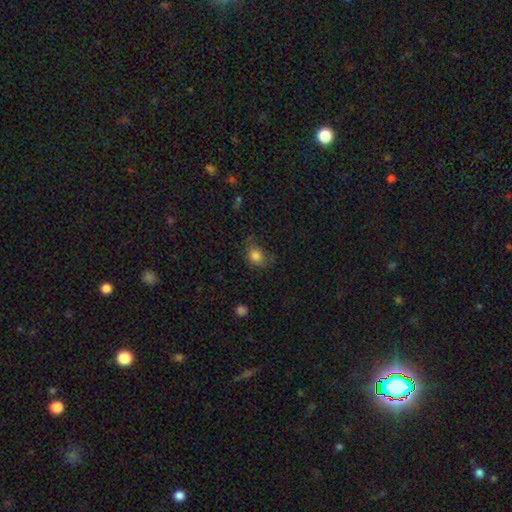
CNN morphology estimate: smooth-or-featured: smooth: 81% | star or artifact: 11% | featured or disk: 8%
  how-rounded: round: 58% | in between: 41% | cigar-shaped: 1%
  merging: none: 57% | minor disturbance: 28% | major disturbance: 13% | merger: 2%